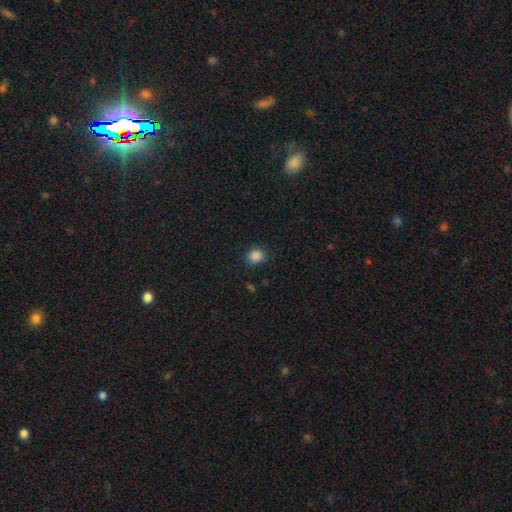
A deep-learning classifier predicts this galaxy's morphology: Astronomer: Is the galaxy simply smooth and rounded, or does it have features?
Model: smooth — 86%.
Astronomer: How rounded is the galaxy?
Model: round — 67%.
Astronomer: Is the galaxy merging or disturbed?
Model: none — 86%.